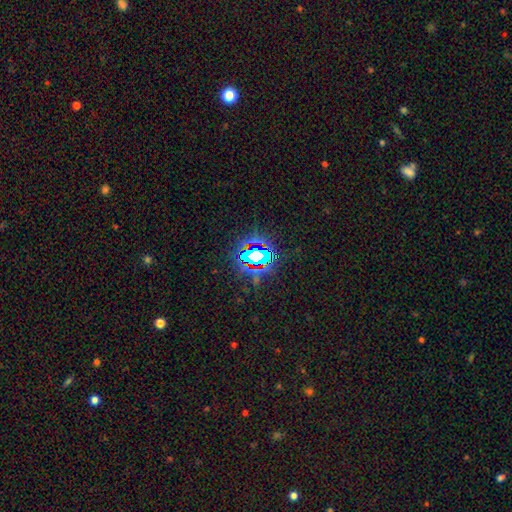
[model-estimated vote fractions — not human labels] smooth-or-featured: star or artifact: 73% | smooth: 15% | featured or disk: 12%